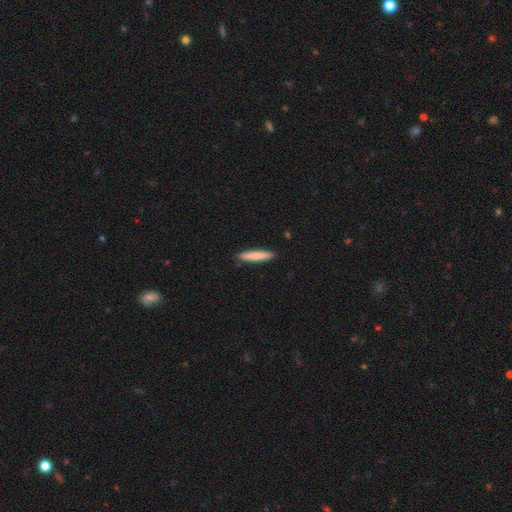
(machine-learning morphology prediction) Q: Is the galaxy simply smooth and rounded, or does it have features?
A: smooth — 82%.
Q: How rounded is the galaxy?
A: cigar-shaped — 90%.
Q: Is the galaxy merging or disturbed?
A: none — 90%.